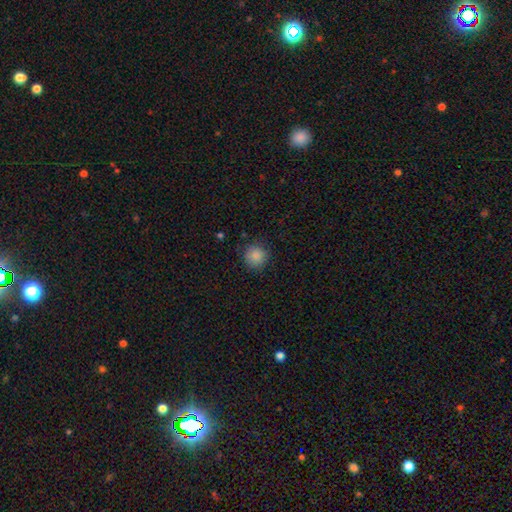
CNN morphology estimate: The model was most divided on "merging": none: 86%, minor disturbance: 10%, major disturbance: 3%, merger: 1%. More confident: how rounded — round (93%); smooth or featured — smooth (87%).